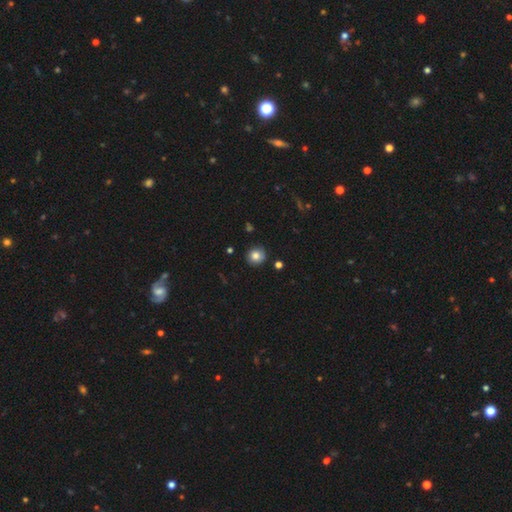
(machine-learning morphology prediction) A smooth galaxy with no disk features (81%) that is round (90%).

Vote fractions:
- Smooth or featured? smooth: 81% / star or artifact: 10% / featured or disk: 8%
- How rounded? round: 90% / in between: 9% / cigar-shaped: 1%
- Merging? none: 87% / minor disturbance: 9% / major disturbance: 2% / merger: 2%